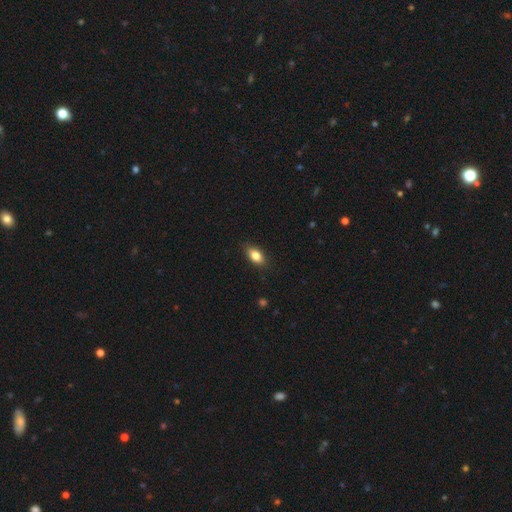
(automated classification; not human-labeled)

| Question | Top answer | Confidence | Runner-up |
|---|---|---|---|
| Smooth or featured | smooth | 81% | featured or disk (11%) |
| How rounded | in between | 86% | cigar-shaped (7%) |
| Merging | none | 86% | minor disturbance (11%) |